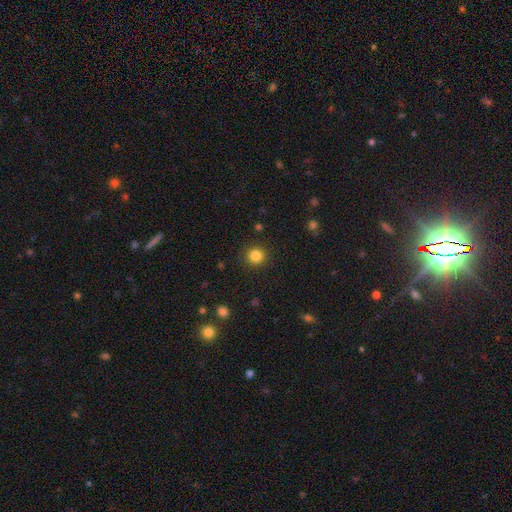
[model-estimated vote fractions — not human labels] smooth 84%, star or artifact 12%, featured or disk 4%. Down the decision tree: how rounded — round (93%); merging — none (90%).